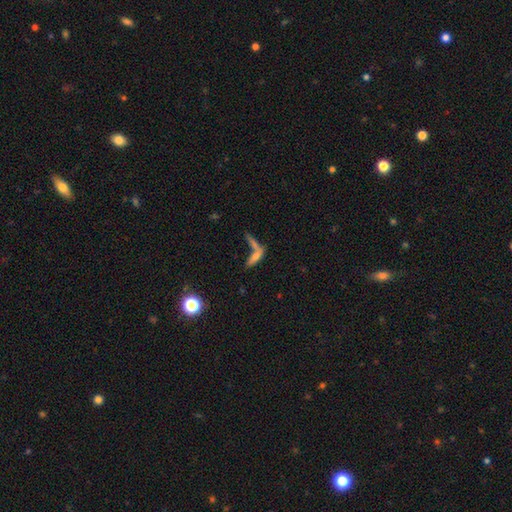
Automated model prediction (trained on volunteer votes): Q: Smooth or featured?
A: smooth (59%); runner-up: featured or disk (28%)
Q: How rounded?
A: cigar-shaped (64%); runner-up: in between (31%)
Q: Merging?
A: merger (47%); runner-up: none (35%)